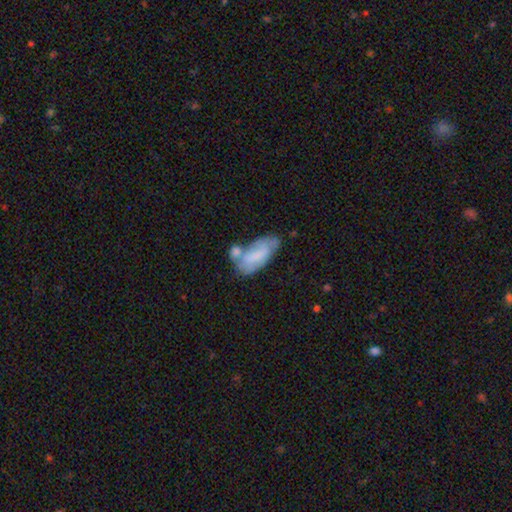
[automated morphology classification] smooth 61%, featured or disk 32%, star or artifact 7%. Down the decision tree: how rounded — in between (87%); merging — merger (39%).